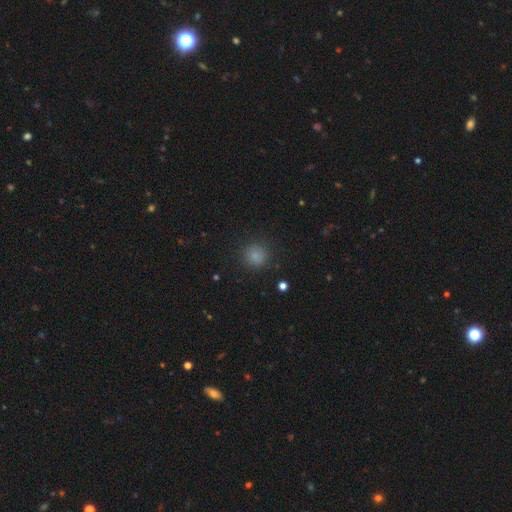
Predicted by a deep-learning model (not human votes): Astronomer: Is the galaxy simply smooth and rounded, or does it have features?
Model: smooth — 82%.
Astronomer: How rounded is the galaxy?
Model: round — 91%.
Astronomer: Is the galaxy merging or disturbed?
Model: none — 87%.